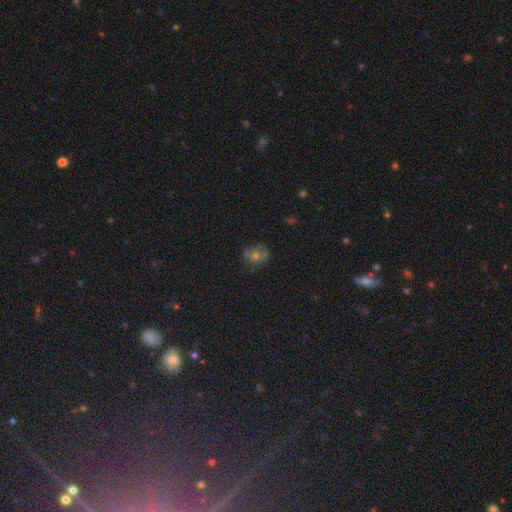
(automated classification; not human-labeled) Smooth or featured: smooth — 48% (star or artifact — 28%)
Merging: none — 65% (minor disturbance — 23%)